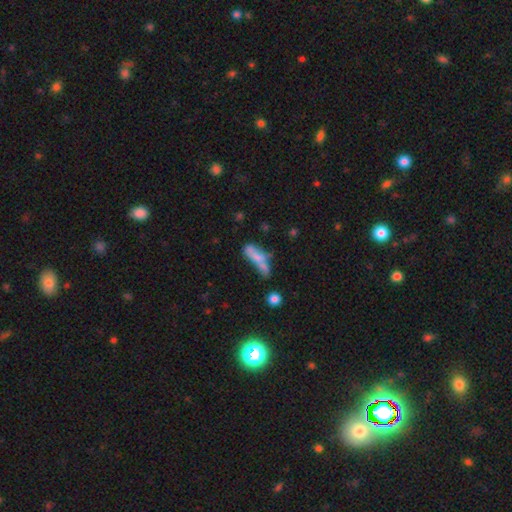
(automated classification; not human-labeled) Smooth or featured: smooth — 59% (featured or disk — 30%)
How rounded: in between — 49% (cigar-shaped — 46%)
Merging: merger — 38% (none — 27%)